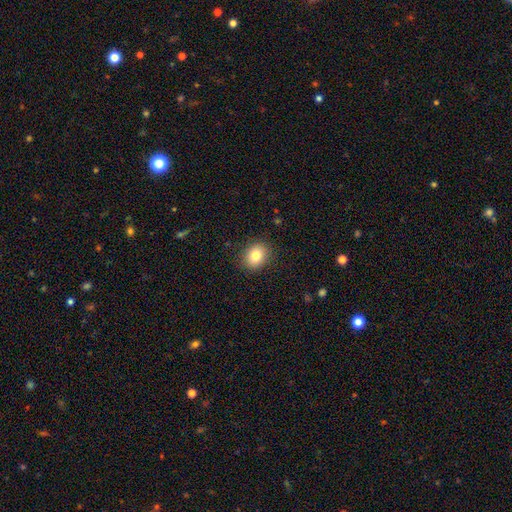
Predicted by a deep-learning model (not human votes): Overall: smooth (82%). How rounded: round (58%; in between 41%). Merging: none (89%).